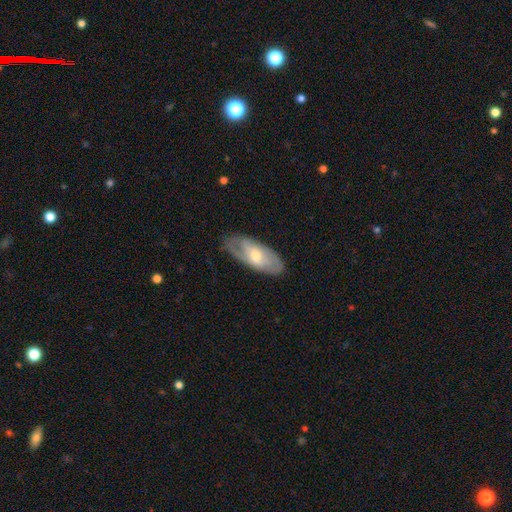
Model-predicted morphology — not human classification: type=featured or disk (55%); edge-on=no (85%); merging=none (74%).